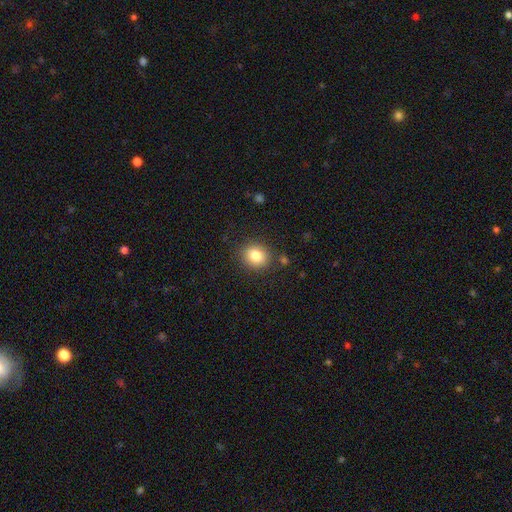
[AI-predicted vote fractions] Q: Smooth or featured?
A: smooth (82%); runner-up: star or artifact (10%)
Q: How rounded?
A: round (73%); runner-up: in between (26%)
Q: Merging?
A: none (86%); runner-up: minor disturbance (9%)